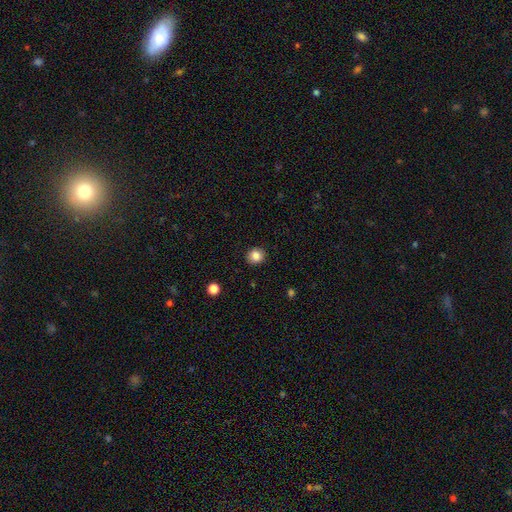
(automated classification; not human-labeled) Smooth or featured: smooth — 85% (star or artifact — 11%)
How rounded: round — 86% (in between — 13%)
Merging: none — 90% (minor disturbance — 7%)